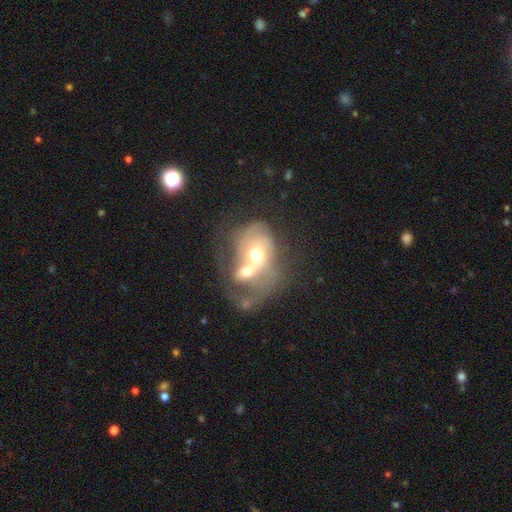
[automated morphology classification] Smooth or featured: featured or disk — 52% (smooth — 39%)
Edge-on disk: no — 96% (yes — 4%)
Bar: no — 80% (weak — 15%)
Spiral arms: no — 65% (yes — 35%)
Bulge size: moderate — 69% (large — 14%)
Merging: merger — 73% (major disturbance — 14%)